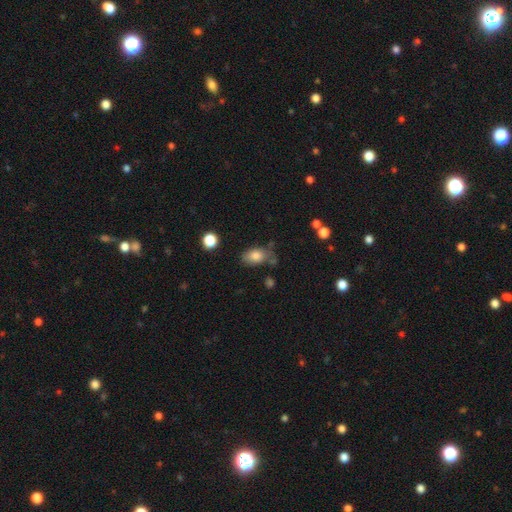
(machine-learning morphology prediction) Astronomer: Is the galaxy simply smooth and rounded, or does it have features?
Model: smooth — 82%.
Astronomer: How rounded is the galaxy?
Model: in between — 85%.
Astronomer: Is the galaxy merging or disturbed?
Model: none — 61%.